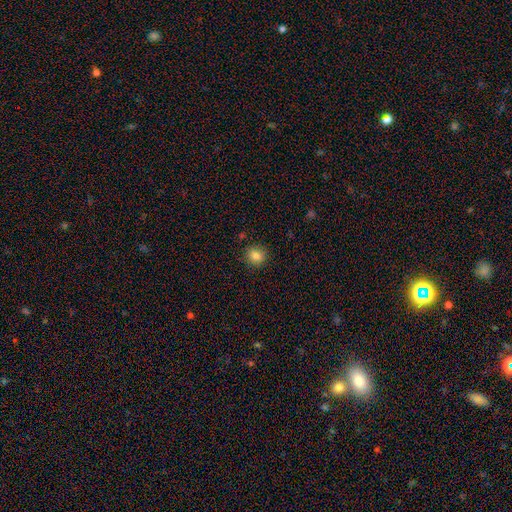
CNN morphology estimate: Smooth or featured? smooth (84%)
How rounded? round (82%)
Merging? none (87%)